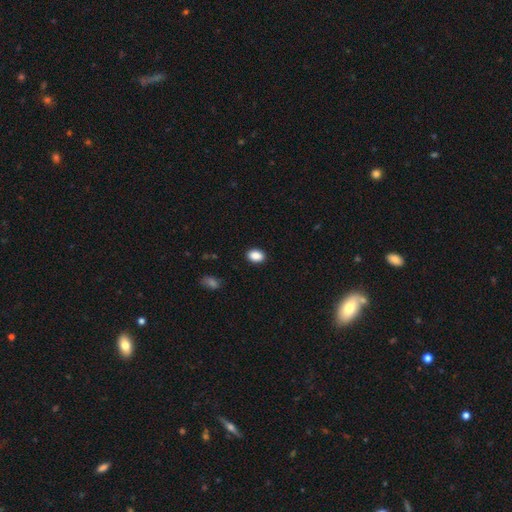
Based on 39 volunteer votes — Smooth or featured? 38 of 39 (97%) said smooth. How rounded? 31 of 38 (82%) said in between. Merging? 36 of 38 (95%) said none.